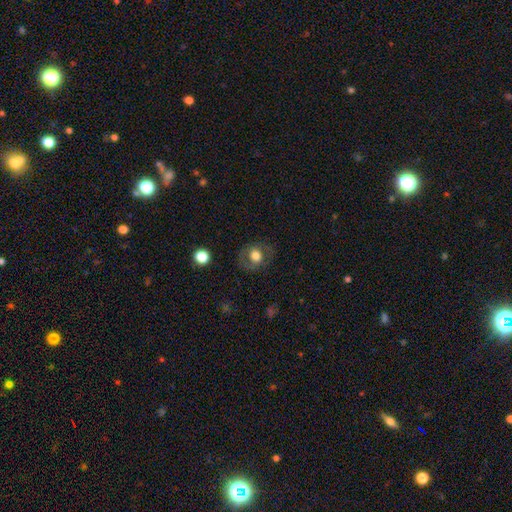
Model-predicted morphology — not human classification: smooth_or_featured: smooth (p=0.63) [alt: featured or disk p=0.29]
how_rounded: round (p=0.68) [alt: in between p=0.31]
merging: none (p=0.78) [alt: minor disturbance p=0.13]